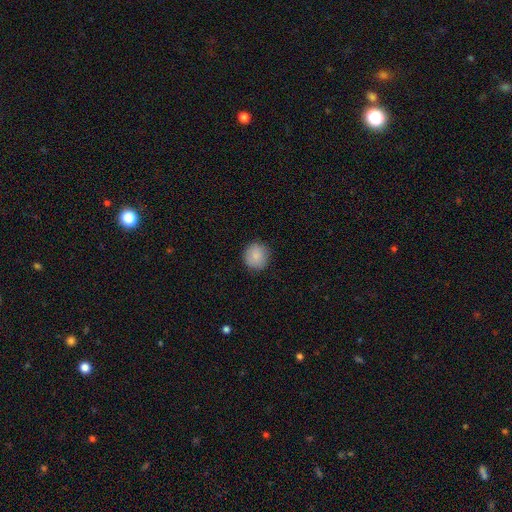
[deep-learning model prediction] smooth_or_featured: smooth (p=0.86) [alt: star or artifact p=0.08]
how_rounded: round (p=0.91) [alt: in between p=0.08]
merging: none (p=0.88) [alt: minor disturbance p=0.09]